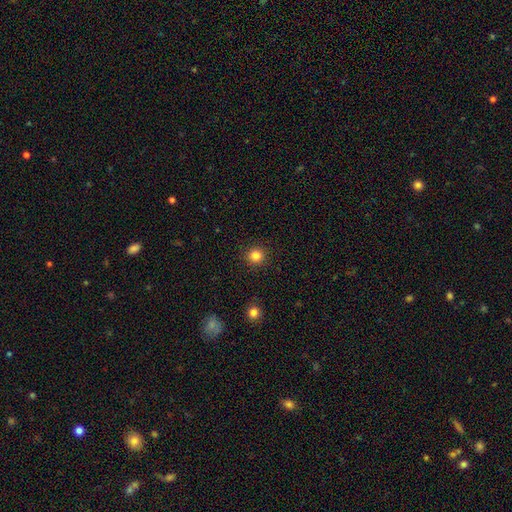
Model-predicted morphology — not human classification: Smooth or featured: smooth — 84% (star or artifact — 12%)
How rounded: round — 94% (in between — 5%)
Merging: none — 92% (minor disturbance — 5%)